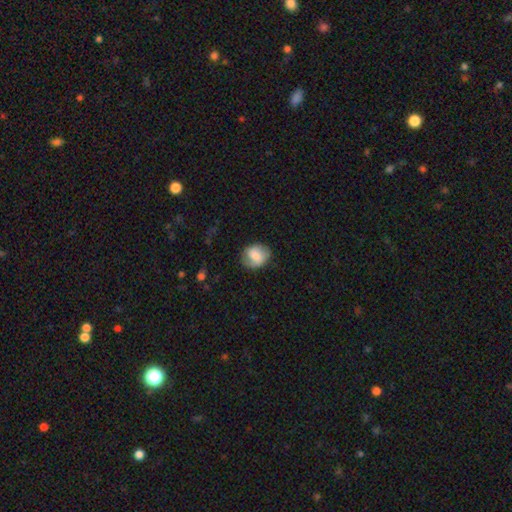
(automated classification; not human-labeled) This is likely a smooth galaxy (68%). How rounded: possibly round (58%). Merging: likely none (71%).